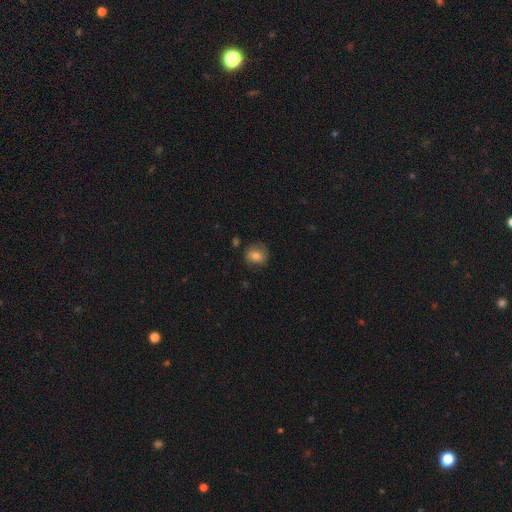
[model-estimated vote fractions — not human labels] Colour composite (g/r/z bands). It shows a smooth galaxy with no disk features (70%) that is round (77%). Merging: none (76%).